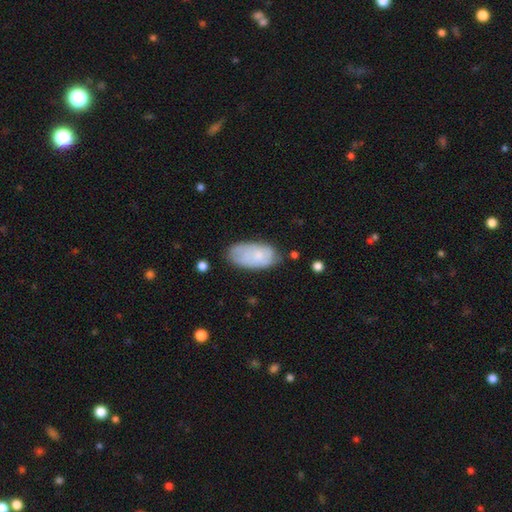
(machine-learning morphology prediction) Q: Smooth or featured?
A: smooth (65%); runner-up: featured or disk (28%)
Q: How rounded?
A: in between (94%); runner-up: cigar-shaped (3%)
Q: Merging?
A: none (61%); runner-up: minor disturbance (29%)